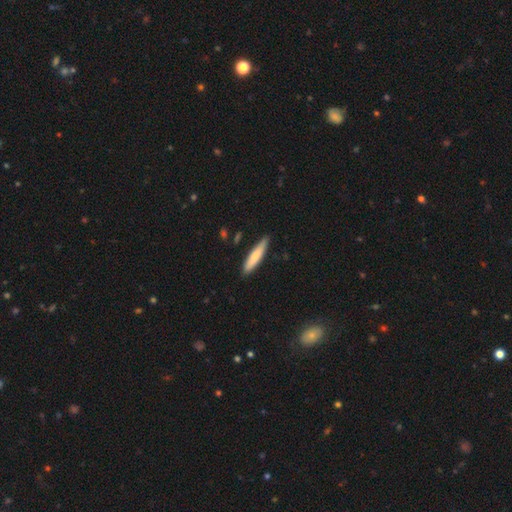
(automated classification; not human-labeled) Smooth or featured: smooth — 76% (featured or disk — 19%)
How rounded: cigar-shaped — 87% (in between — 12%)
Merging: none — 85% (minor disturbance — 11%)